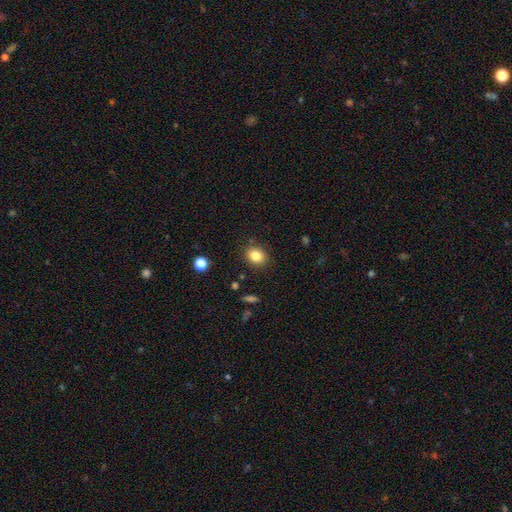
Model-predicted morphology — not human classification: Q: Smooth or featured?
A: smooth (83%); runner-up: star or artifact (11%)
Q: How rounded?
A: round (53%); runner-up: in between (46%)
Q: Merging?
A: none (85%); runner-up: minor disturbance (10%)